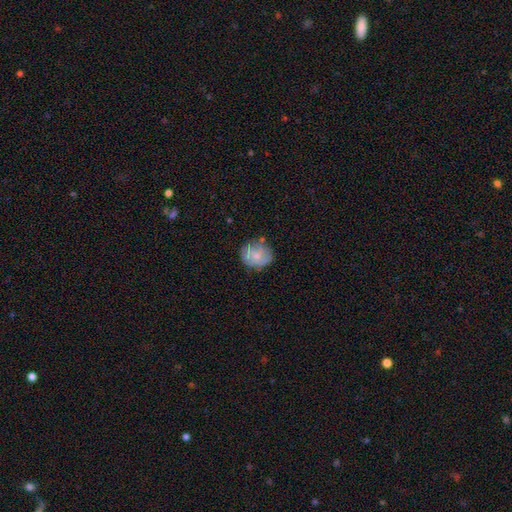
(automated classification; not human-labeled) A smooth galaxy with no disk features (57%) that is round (77%).

Vote fractions:
- Smooth or featured? smooth: 57% / featured or disk: 35% / star or artifact: 8%
- How rounded? round: 77% / in between: 22% / cigar-shaped: 1%
- Merging? none: 69% / minor disturbance: 22% / major disturbance: 6% / merger: 3%